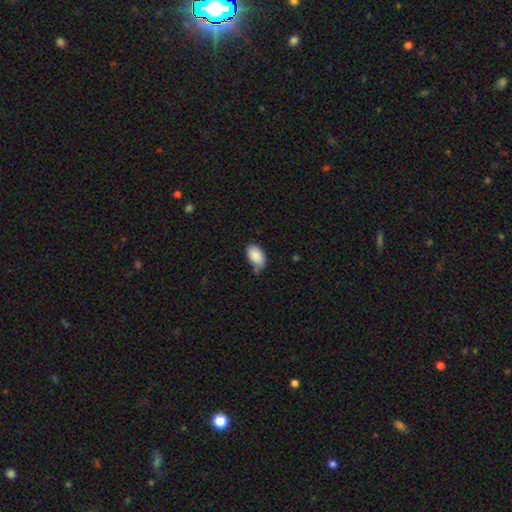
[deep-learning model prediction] Morphology: type=smooth (88%); roundness=in between (93%); merging=none (57%).